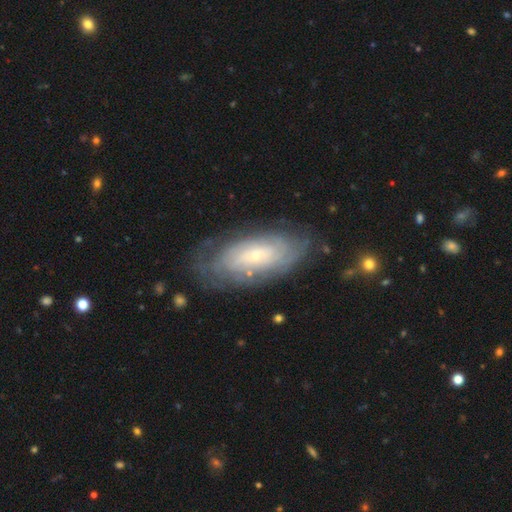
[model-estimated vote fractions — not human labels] Overall: featured or disk (70%). Edge-on disk: no (90%). Bar: no (72%). Spiral arms: yes (84%). Spiral arm count: can't tell (65%). Spiral winding: tight (75%). Bulge size: small (78%). Merging: none (74%).